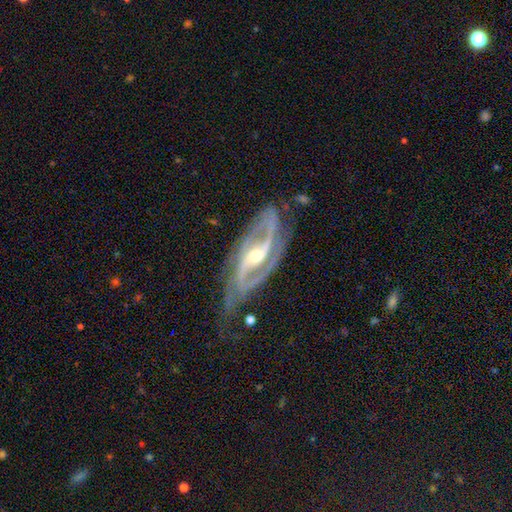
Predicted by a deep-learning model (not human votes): Smooth or featured? featured or disk (93%)
Edge-on disk? no (95%)
Bar? strong (45%)
Spiral arms? yes (98%)
Spiral winding? medium (54%)
Spiral arm count? 2 (88%)
Bulge size? moderate (56%)
Merging? none (67%)